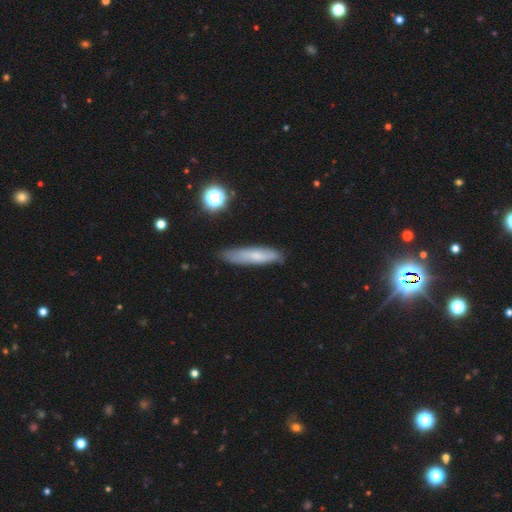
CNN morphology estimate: smooth_or_featured: smooth (p=0.66) [alt: featured or disk p=0.26]
how_rounded: cigar-shaped (p=0.81) [alt: in between p=0.17]
merging: none (p=0.78) [alt: minor disturbance p=0.17]